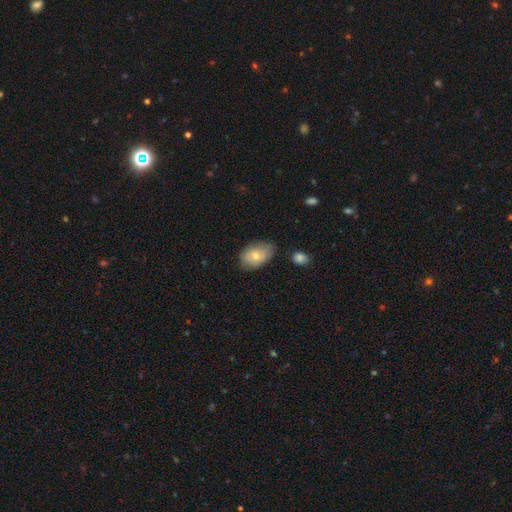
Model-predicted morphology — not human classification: A smooth galaxy with no disk features (64%) that is in between round and cigar-shaped (86%). Merging: none (69%).